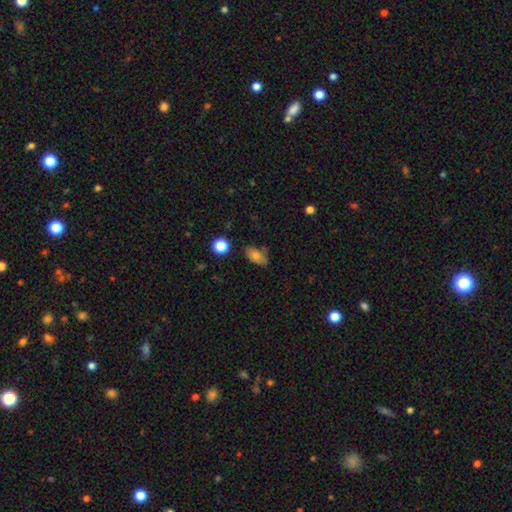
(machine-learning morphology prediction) The model was most divided on "merging": none: 71%, minor disturbance: 21%, major disturbance: 4%, merger: 4%. More confident: how rounded — in between (88%); smooth or featured — smooth (77%).